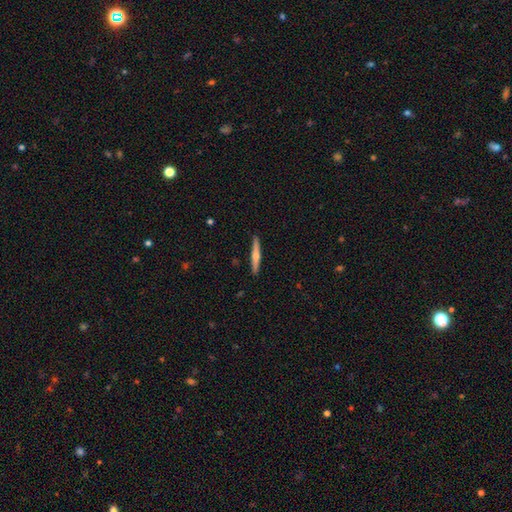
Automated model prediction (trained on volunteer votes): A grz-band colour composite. It shows a featured or disk galaxy (55%) viewed edge-on (97%) with a rounded central bulge (86%). Merging: none (91%).